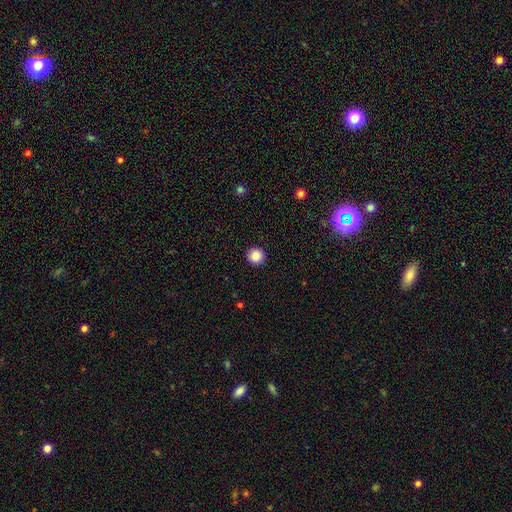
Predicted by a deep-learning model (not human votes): smooth-or-featured: smooth: 87% | star or artifact: 10% | featured or disk: 3%
  how-rounded: round: 96% | in between: 3% | cigar-shaped: 1%
  merging: none: 93% | minor disturbance: 4% | major disturbance: 2% | merger: 1%